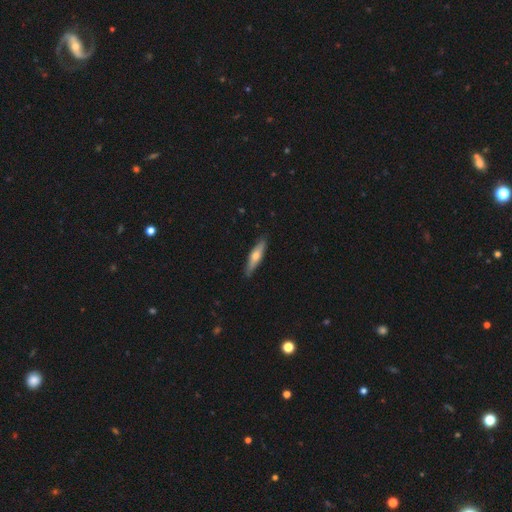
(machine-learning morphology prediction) Overall: smooth (52%; featured or disk 42%). How rounded: cigar-shaped (76%). Merging: none (87%).